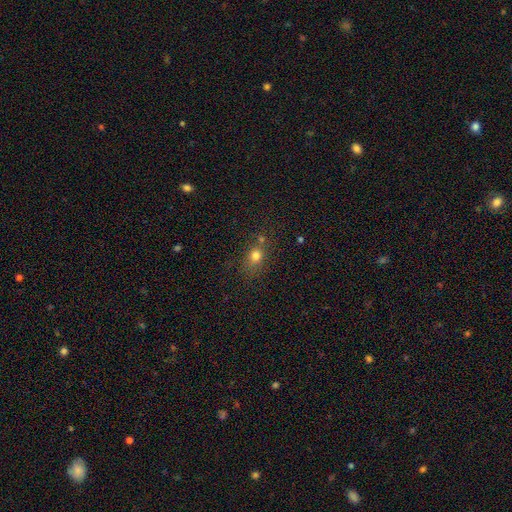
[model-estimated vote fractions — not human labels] smooth_or_featured: smooth (p=0.74) [alt: star or artifact p=0.16]
how_rounded: round (p=0.53) [alt: in between p=0.44]
merging: none (p=0.59) [alt: minor disturbance p=0.17]